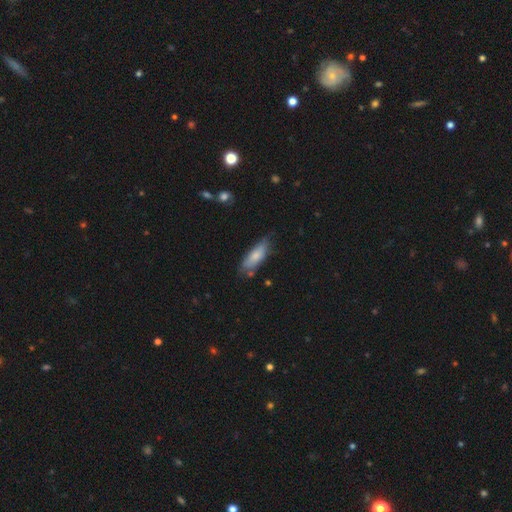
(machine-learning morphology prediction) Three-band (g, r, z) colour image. It shows a smooth galaxy with no disk features (73%) that is in between round and cigar-shaped (62%). Merging: none (57%).